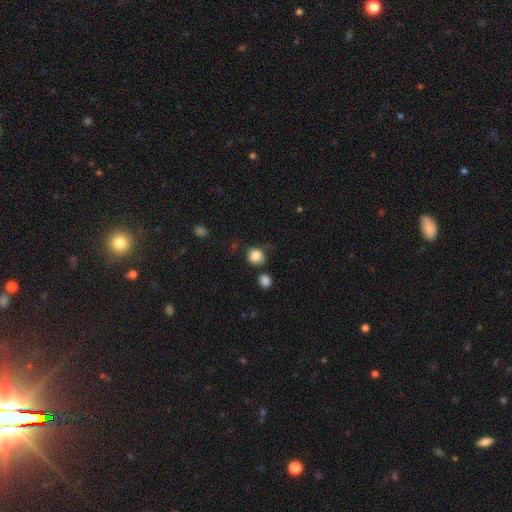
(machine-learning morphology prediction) Q: Smooth or featured?
A: smooth (84%); runner-up: star or artifact (10%)
Q: How rounded?
A: round (81%); runner-up: in between (18%)
Q: Merging?
A: none (65%); runner-up: minor disturbance (21%)